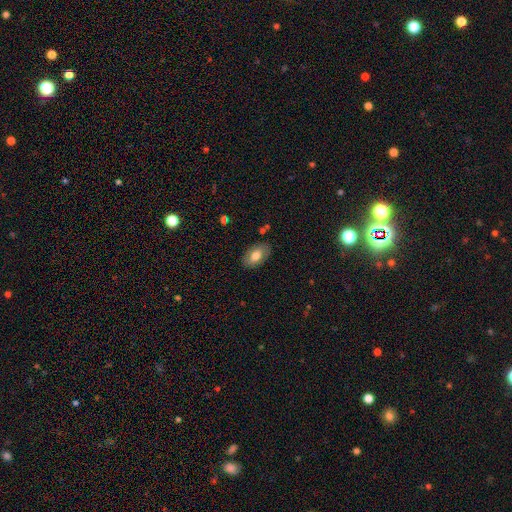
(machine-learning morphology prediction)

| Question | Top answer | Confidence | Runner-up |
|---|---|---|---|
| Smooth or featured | smooth | 71% | featured or disk (22%) |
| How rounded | in between | 93% | round (6%) |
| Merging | none | 84% | minor disturbance (12%) |